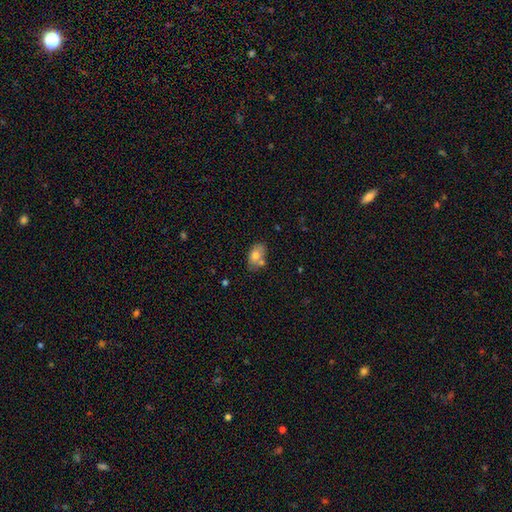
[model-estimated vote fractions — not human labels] This appears to be a smooth galaxy with no disk features (73%) that is in between round and cigar-shaped (87%). Merging: none (56%).